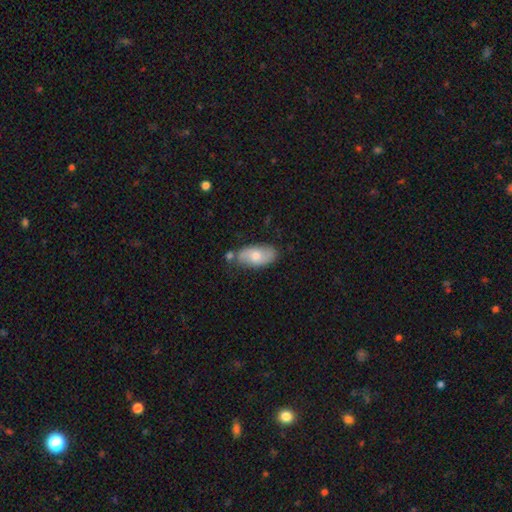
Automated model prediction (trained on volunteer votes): smooth 55%, featured or disk 38%, star or artifact 7%. Down the decision tree: how rounded — in between (91%); merging — none (68%).